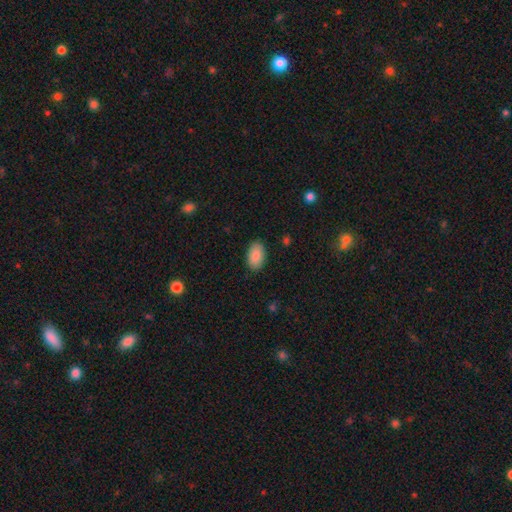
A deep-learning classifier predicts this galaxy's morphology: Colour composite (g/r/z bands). It shows a smooth galaxy with no disk features (89%) that is in between round and cigar-shaped (94%). Merging: none (88%).